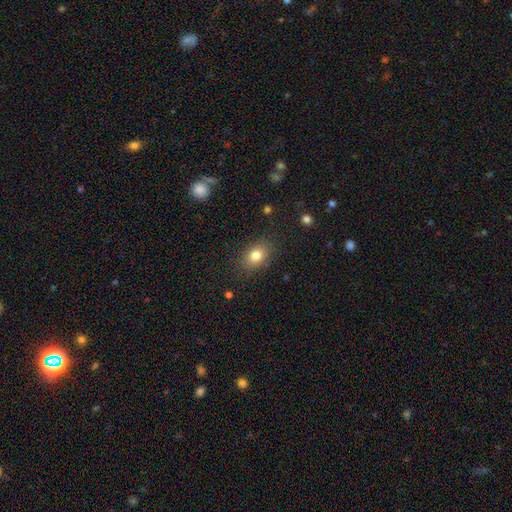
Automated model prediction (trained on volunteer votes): This is likely a smooth galaxy (80%). How rounded: likely in between (73%). Merging: clearly none (84%).